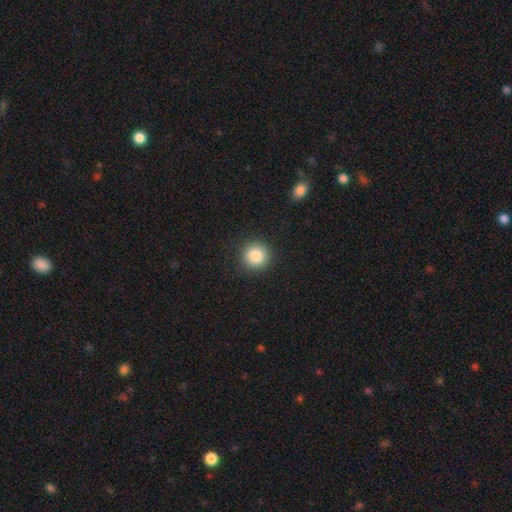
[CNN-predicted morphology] This is clearly a smooth galaxy (86%). How rounded: clearly round (95%). Merging: clearly none (91%).